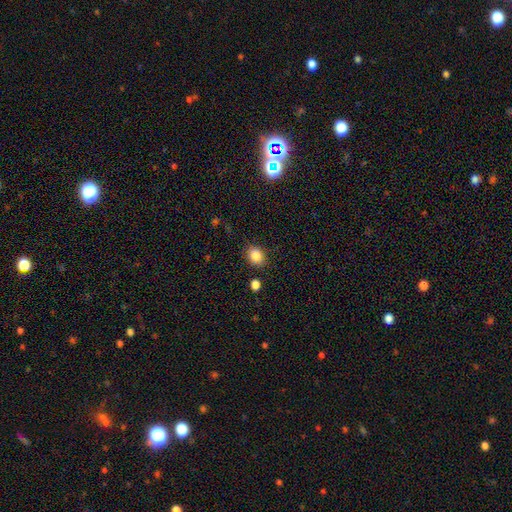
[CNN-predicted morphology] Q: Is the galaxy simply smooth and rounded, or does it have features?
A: smooth — 85%.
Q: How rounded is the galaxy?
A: round — 57%.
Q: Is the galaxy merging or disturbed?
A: none — 85%.